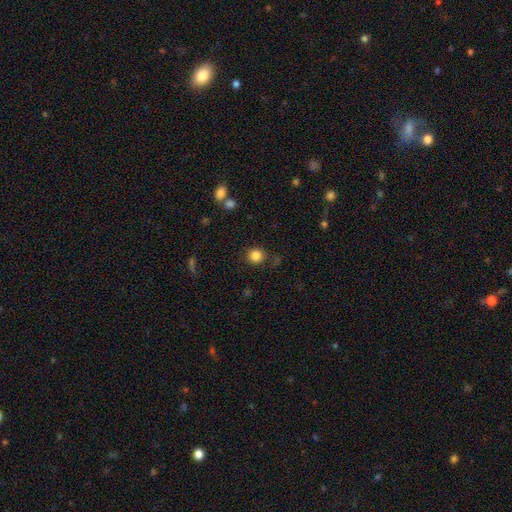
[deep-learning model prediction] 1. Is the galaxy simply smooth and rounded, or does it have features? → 84% smooth, 11% star or artifact, 4% featured or disk.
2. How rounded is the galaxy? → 89% round, 10% in between, 1% cigar-shaped.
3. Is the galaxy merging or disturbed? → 85% none, 9% minor disturbance, 3% major disturbance, 3% merger.